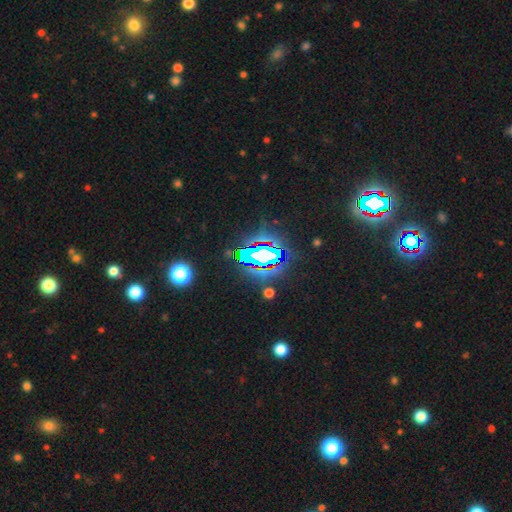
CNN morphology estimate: Overall: star or artifact (75%).